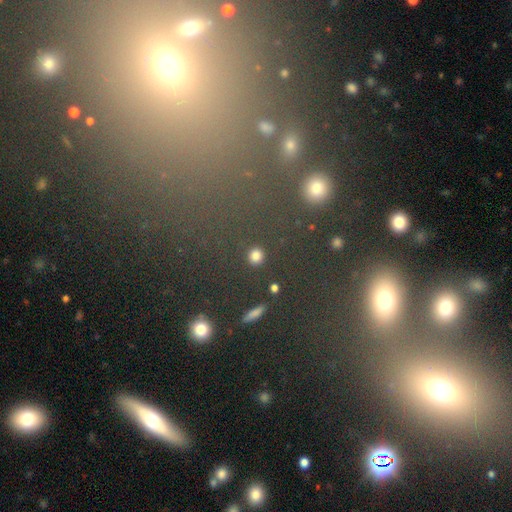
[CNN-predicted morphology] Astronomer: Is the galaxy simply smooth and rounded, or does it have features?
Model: smooth — 81%.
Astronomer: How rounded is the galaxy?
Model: round — 89%.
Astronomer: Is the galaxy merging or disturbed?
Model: none — 88%.